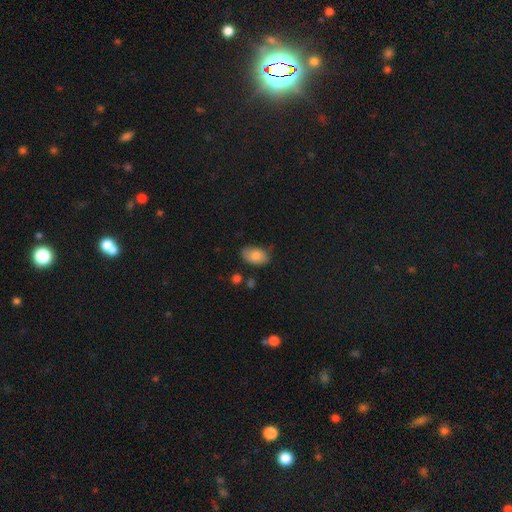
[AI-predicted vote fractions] smooth_or_featured: smooth (p=0.83) [alt: featured or disk p=0.10]
how_rounded: in between (p=0.91) [alt: round p=0.07]
merging: none (p=0.74) [alt: minor disturbance p=0.20]